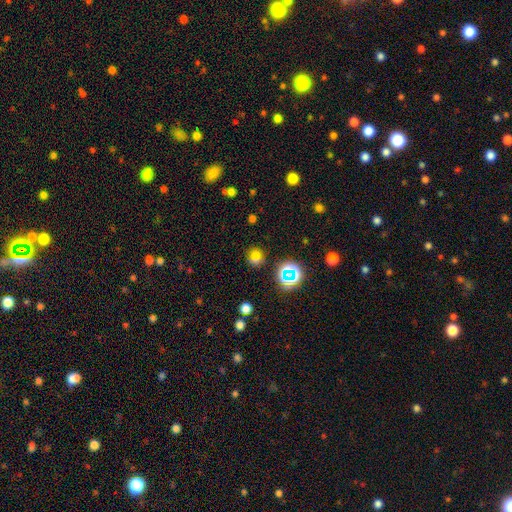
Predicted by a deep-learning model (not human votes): This is possibly a smooth galaxy (56%). How rounded: clearly round (80%). Merging: possibly none (58%).